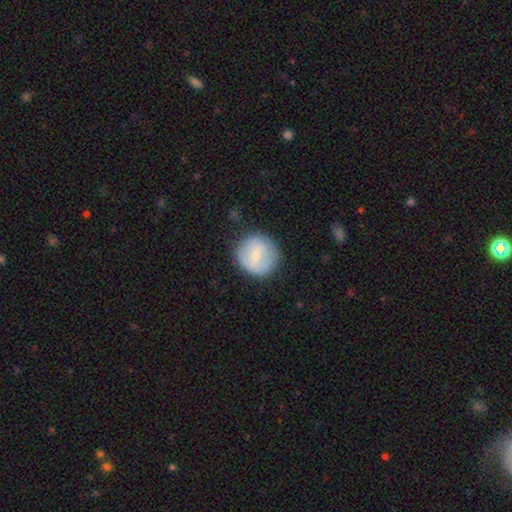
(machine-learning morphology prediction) Overall: smooth (64%; featured or disk 29%). How rounded: round (94%). Merging: none (81%).